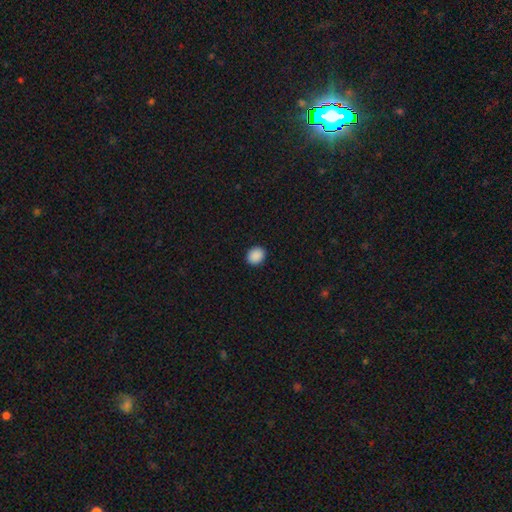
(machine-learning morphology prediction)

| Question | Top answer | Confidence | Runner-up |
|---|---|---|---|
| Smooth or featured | smooth | 90% | star or artifact (8%) |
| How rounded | round | 63% | in between (36%) |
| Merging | none | 92% | minor disturbance (6%) |